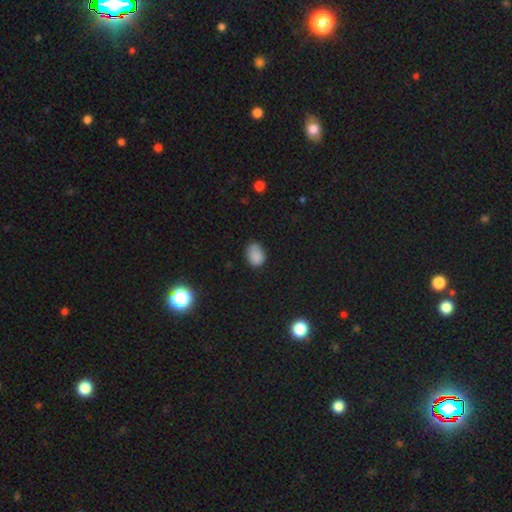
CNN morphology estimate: Overall: smooth (83%). How rounded: in between (61%; round 38%). Merging: none (63%; minor disturbance 28%).